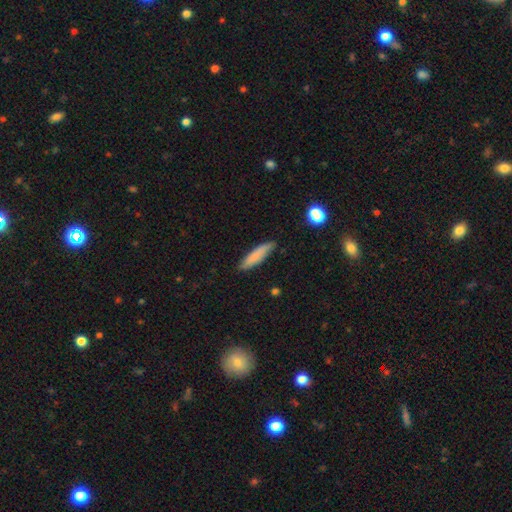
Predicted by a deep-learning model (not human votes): smooth-or-featured: smooth: 77% | featured or disk: 16% | star or artifact: 7%
  how-rounded: cigar-shaped: 79% | in between: 20% | round: 2%
  merging: none: 79% | minor disturbance: 17% | major disturbance: 3% | merger: 2%